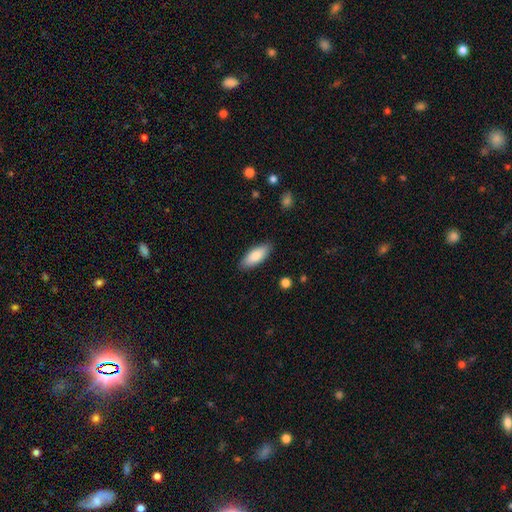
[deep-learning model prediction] Smooth or featured?
  - smooth: 81% *
  - featured or disk: 14%
  - star or artifact: 6%
How rounded?
  - in between: 79% *
  - cigar-shaped: 19%
  - round: 2%
Merging?
  - none: 87% *
  - minor disturbance: 10%
  - major disturbance: 2%
  - merger: 1%